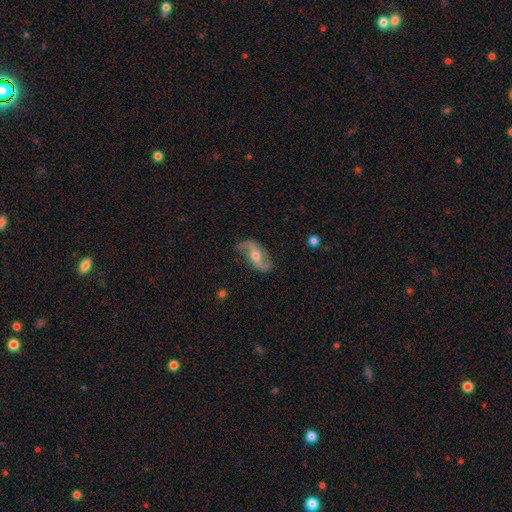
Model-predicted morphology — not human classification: The model was most divided on "bar": no: 41%, weak: 38%, strong: 21%. More confident: edge-on disk — no (94%); spiral arms — yes (93%); spiral arm count — 2 (91%); smooth or featured — featured or disk (82%); spiral winding — loose (75%); merging — none (73%); bulge size — moderate (70%).